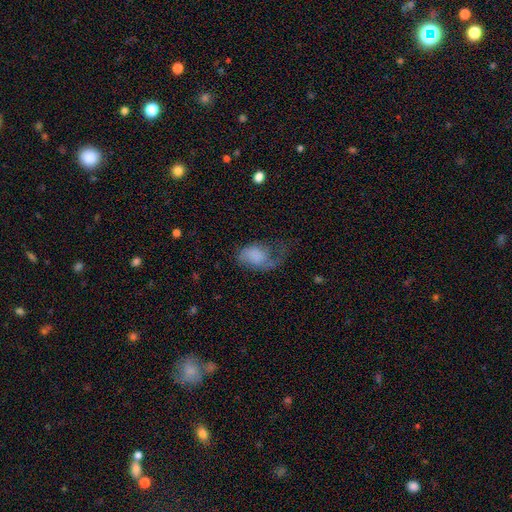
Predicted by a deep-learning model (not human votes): Smooth or featured? smooth (59%)
How rounded? in between (85%)
Merging? major disturbance (53%)